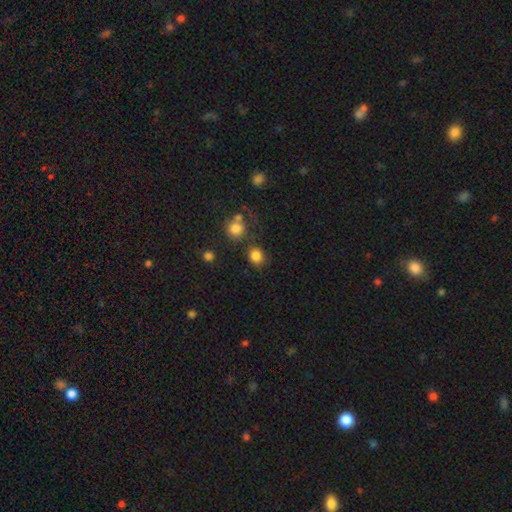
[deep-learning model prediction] Morphology: type=smooth (83%); roundness=round (75%); merging=none (73%).